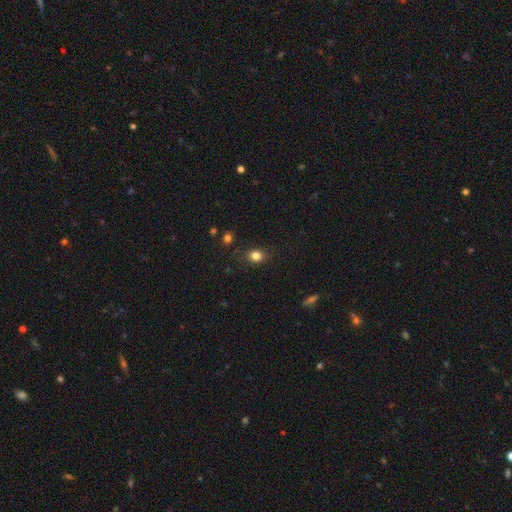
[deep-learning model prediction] A smooth galaxy with no disk features (81%) that is round (52%). Merging: none (84%).